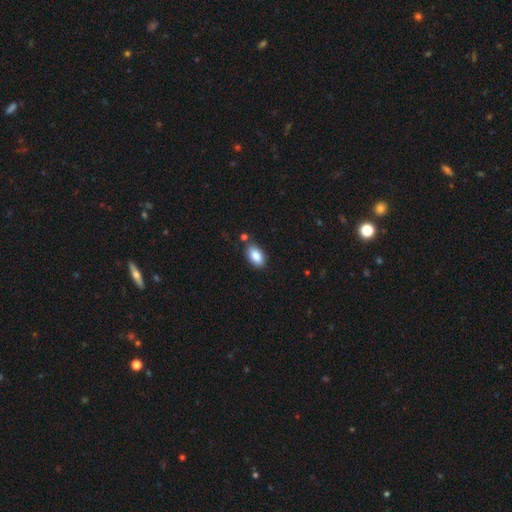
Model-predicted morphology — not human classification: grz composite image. It shows a smooth galaxy with no disk features (86%) that is in between round and cigar-shaped (93%). Merging: none (76%).